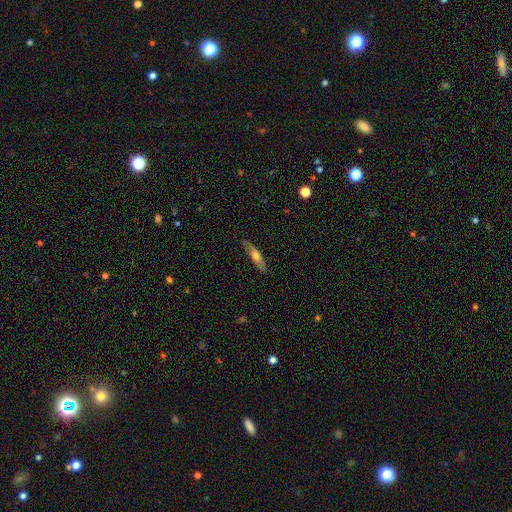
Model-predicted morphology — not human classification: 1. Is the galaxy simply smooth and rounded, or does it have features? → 50% smooth, 44% featured or disk, 6% star or artifact.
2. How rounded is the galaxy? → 79% cigar-shaped, 19% in between, 2% round.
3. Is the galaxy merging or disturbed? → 80% none, 16% minor disturbance, 3% major disturbance, 1% merger.